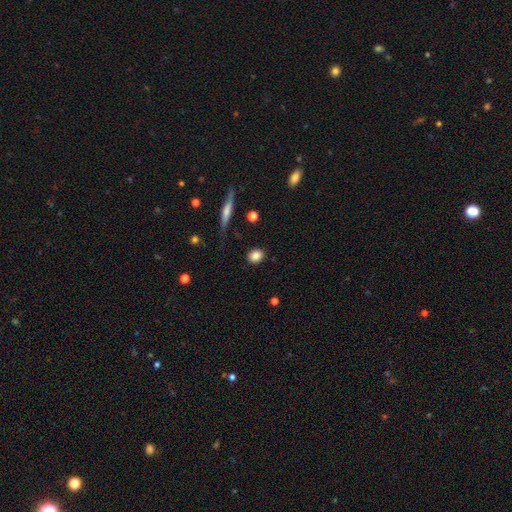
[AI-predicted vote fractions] This appears to be a smooth galaxy with no disk features (83%) that is round (64%). Merging: none (88%).